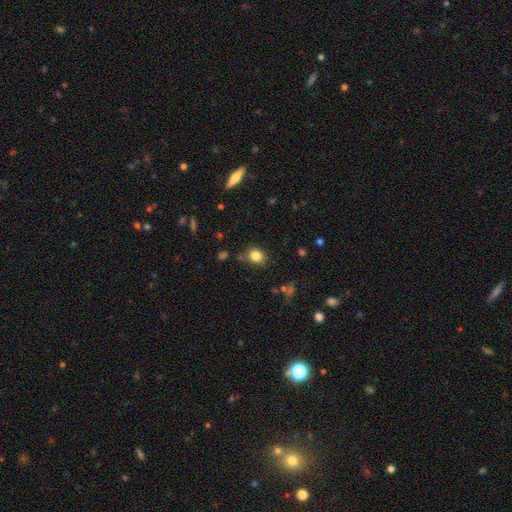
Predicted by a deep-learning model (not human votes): Morphology: type=smooth (83%); roundness=round (59%); merging=none (77%).